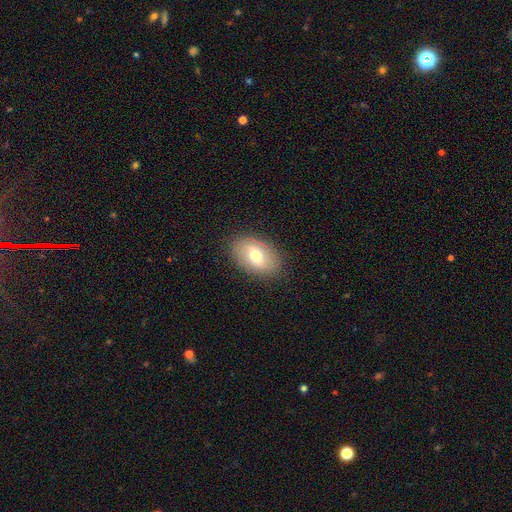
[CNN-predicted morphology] smooth_or_featured: smooth (p=0.67) [alt: featured or disk p=0.25]
how_rounded: in between (p=0.88) [alt: round p=0.11]
merging: none (p=0.86) [alt: minor disturbance p=0.10]